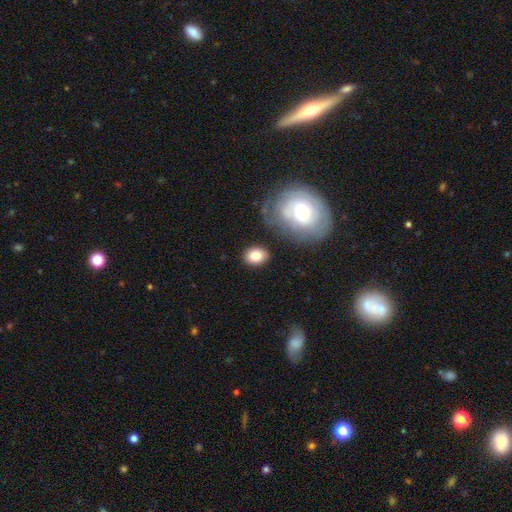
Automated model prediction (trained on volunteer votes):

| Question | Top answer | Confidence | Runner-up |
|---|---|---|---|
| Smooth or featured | smooth | 82% | featured or disk (10%) |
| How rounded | in between | 53% | round (45%) |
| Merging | none | 83% | minor disturbance (10%) |